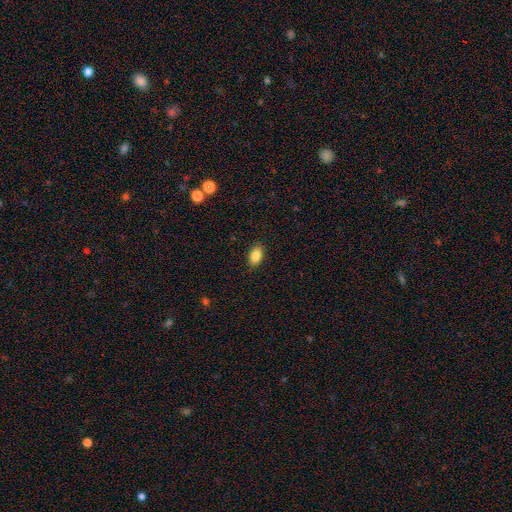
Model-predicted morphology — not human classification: A smooth galaxy with no disk features (86%) that is in between round and cigar-shaped (89%). Merging: none (88%).